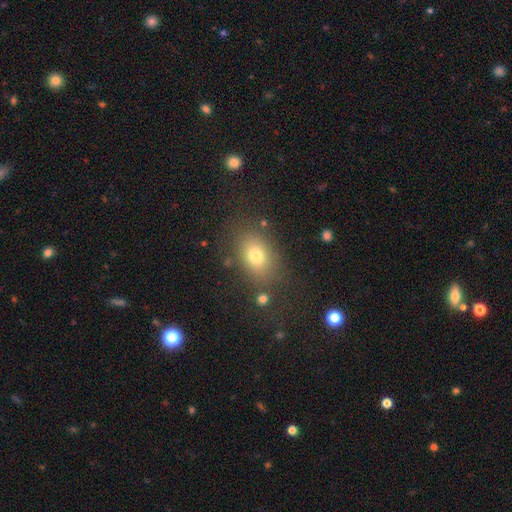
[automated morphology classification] smooth_or_featured: smooth (p=0.75) [alt: star or artifact p=0.13]
how_rounded: in between (p=0.76) [alt: round p=0.23]
merging: none (p=0.77) [alt: minor disturbance p=0.13]